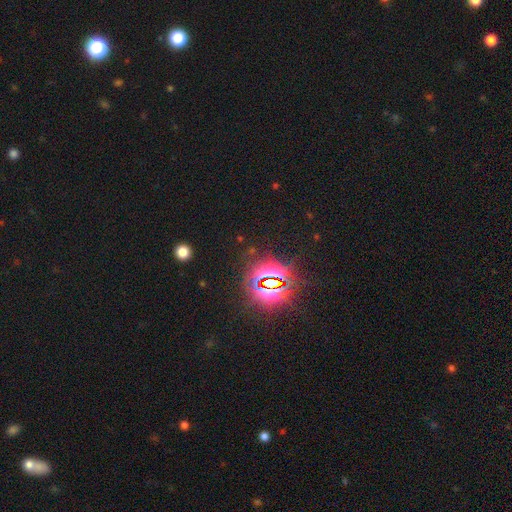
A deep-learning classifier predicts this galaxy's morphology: The model was most divided on "smooth or featured": star or artifact: 84%, smooth: 9%, featured or disk: 7%.